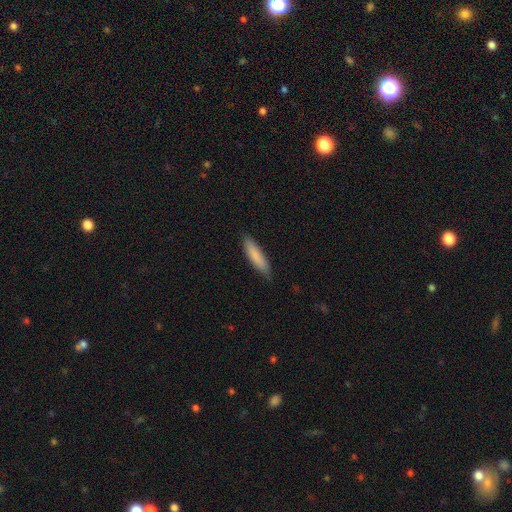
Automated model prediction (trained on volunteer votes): Smooth or featured? Predicted: smooth (p=0.85). How rounded? Predicted: cigar-shaped (p=0.76). Merging? Predicted: none (p=0.83).